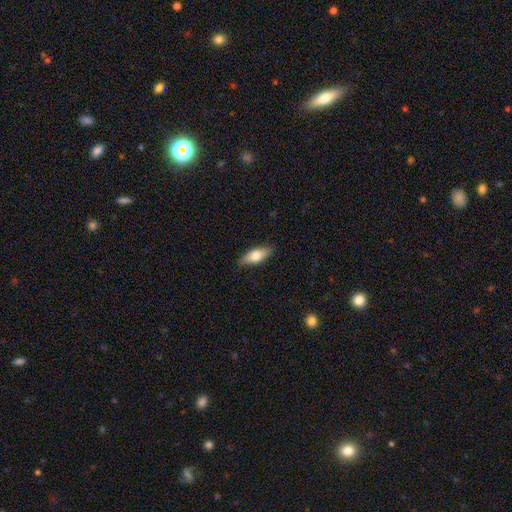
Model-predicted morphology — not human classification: Smooth or featured: smooth — 68% (featured or disk — 26%)
How rounded: in between — 72% (cigar-shaped — 25%)
Merging: none — 85% (minor disturbance — 12%)